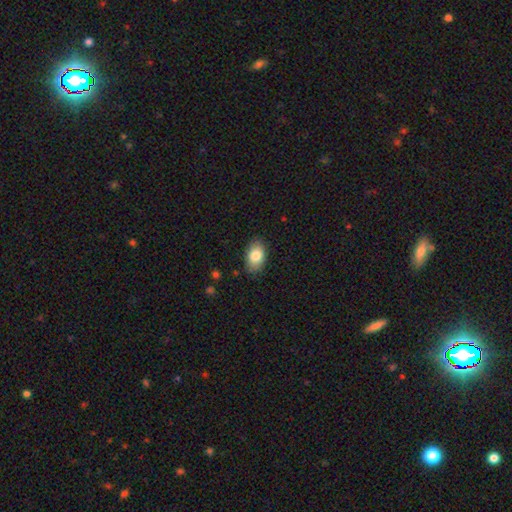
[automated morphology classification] smooth_or_featured: smooth (p=0.83) [alt: featured or disk p=0.10]
how_rounded: in between (p=0.90) [alt: round p=0.09]
merging: none (p=0.85) [alt: minor disturbance p=0.12]